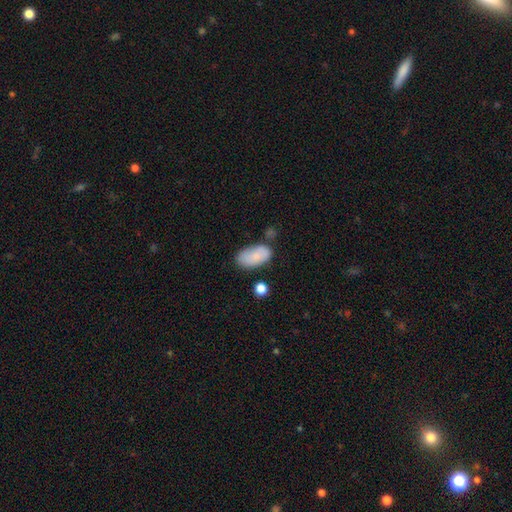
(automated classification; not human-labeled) This is likely a smooth galaxy (79%). How rounded: clearly in between (94%). Merging: possibly none (60%).